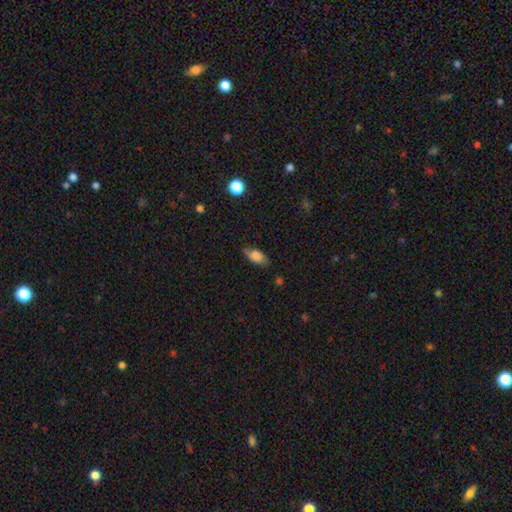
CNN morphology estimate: Overall: smooth (73%). How rounded: in between (84%). Merging: none (68%).